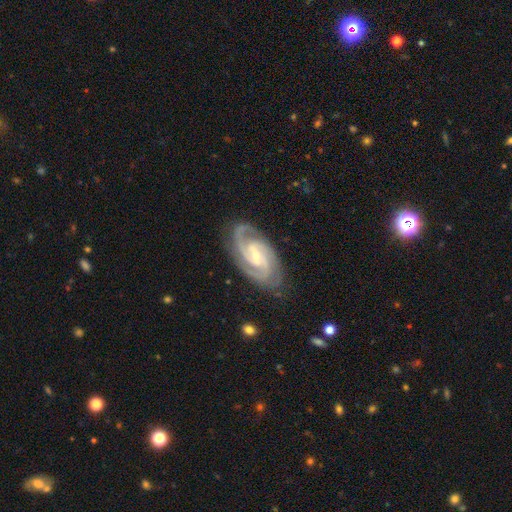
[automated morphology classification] Smooth or featured? Predicted: featured or disk (p=0.92). Edge-on disk? Predicted: no (p=0.97). Bar? Predicted: weak (p=0.48). Spiral arms? Predicted: yes (p=0.99). Spiral winding? Predicted: tight (p=0.56). Spiral arm count? Predicted: 2 (p=0.50). Bulge size? Predicted: small (p=0.69). Merging? Predicted: none (p=0.81).